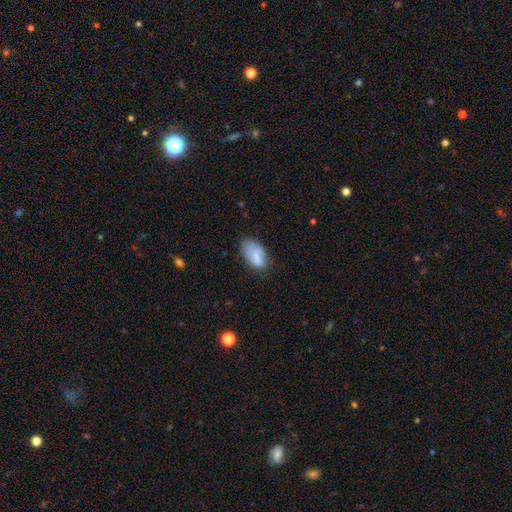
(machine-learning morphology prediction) Smooth or featured? Predicted: smooth (p=0.79). How rounded? Predicted: in between (p=0.93). Merging? Predicted: none (p=0.60).